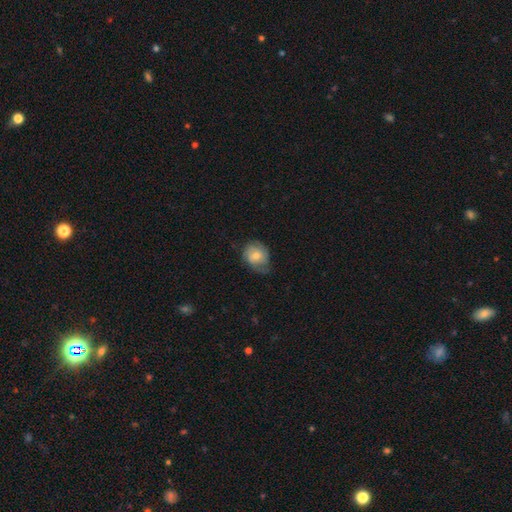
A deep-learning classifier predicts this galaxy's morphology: Q: Smooth or featured?
A: featured or disk (51%); runner-up: smooth (42%)
Q: Edge-on disk?
A: no (97%); runner-up: yes (3%)
Q: Merging?
A: none (54%); runner-up: minor disturbance (33%)